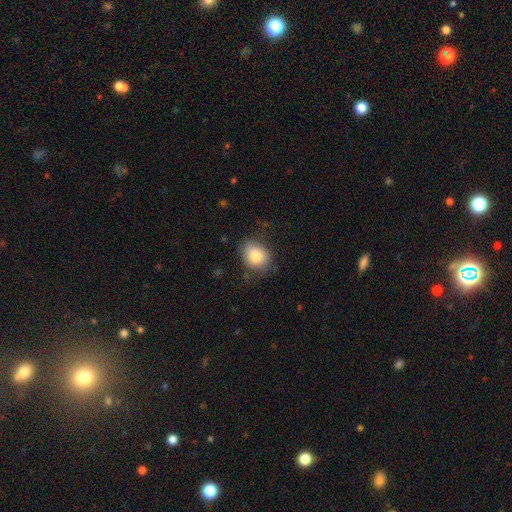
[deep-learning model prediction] Overall: smooth (83%). How rounded: in between (53%; round 46%). Merging: none (75%).